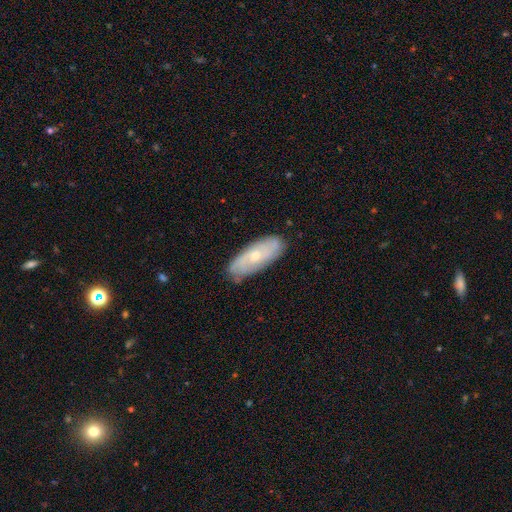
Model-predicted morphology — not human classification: featured or disk 55%, smooth 38%, star or artifact 7%. Down the decision tree: edge-on disk — no (85%); merging — none (80%).